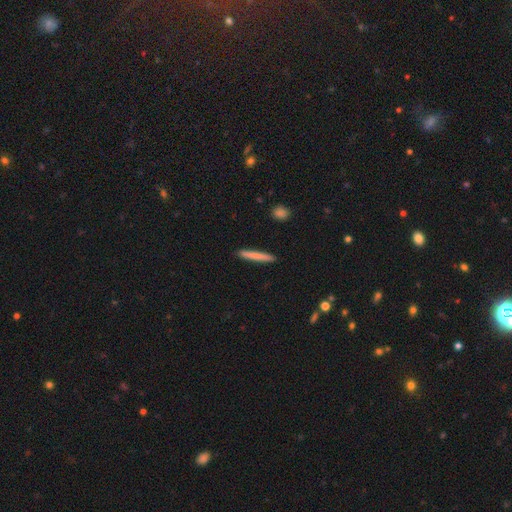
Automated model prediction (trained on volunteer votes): Smooth or featured?
  - smooth: 77% *
  - featured or disk: 17%
  - star or artifact: 6%
How rounded?
  - cigar-shaped: 96% *
  - in between: 3%
  - round: 1%
Merging?
  - none: 92% *
  - minor disturbance: 6%
  - major disturbance: 1%
  - merger: 1%